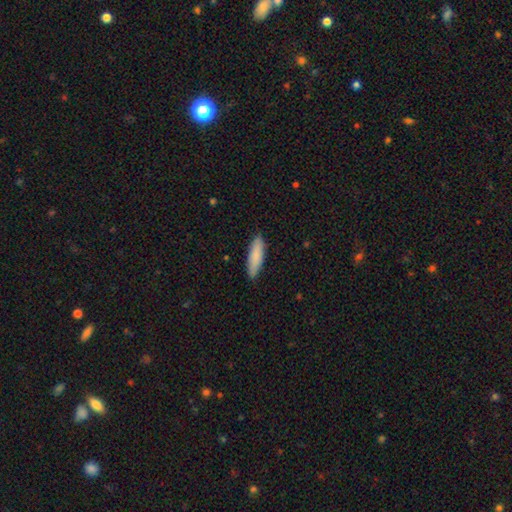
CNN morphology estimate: A smooth galaxy with no disk features (86%) that is cigar-shaped (62%). Merging: none (88%).